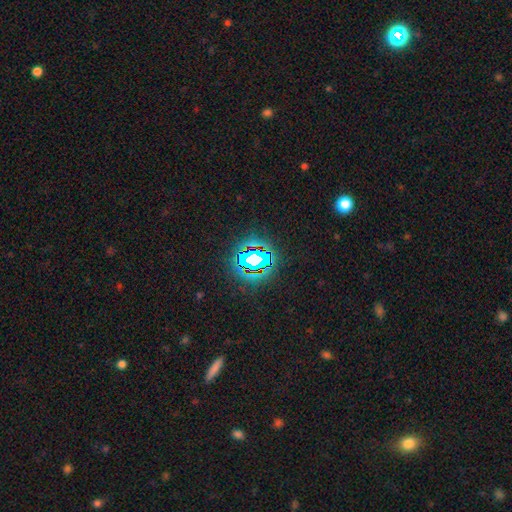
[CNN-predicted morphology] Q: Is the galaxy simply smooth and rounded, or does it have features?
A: star or artifact — 71%.